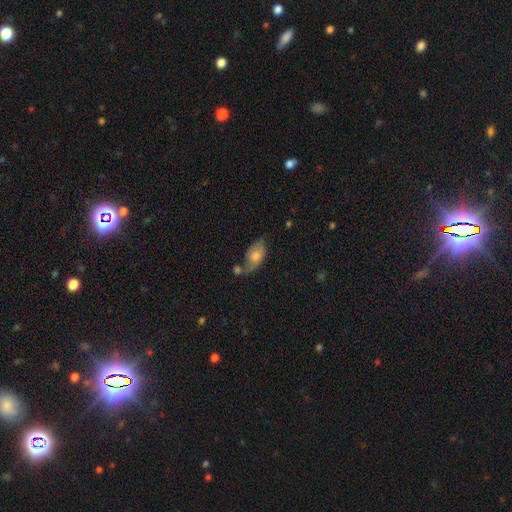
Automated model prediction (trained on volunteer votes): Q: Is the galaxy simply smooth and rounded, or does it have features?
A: smooth — 66%.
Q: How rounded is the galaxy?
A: in between — 91%.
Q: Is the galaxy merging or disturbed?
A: none — 38%.